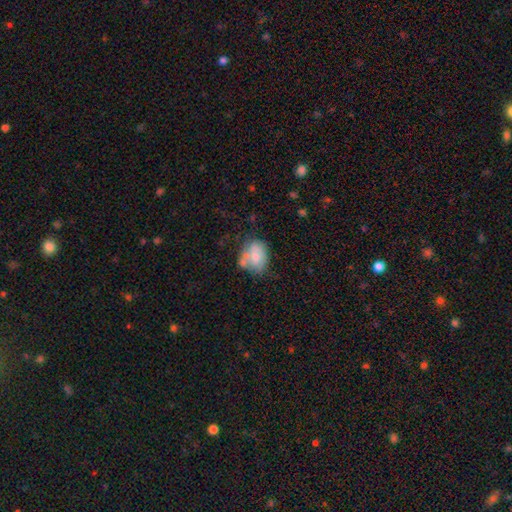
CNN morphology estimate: smooth 63%, featured or disk 29%, star or artifact 8%. Down the decision tree: how rounded — in between (62%); merging — none (39%).